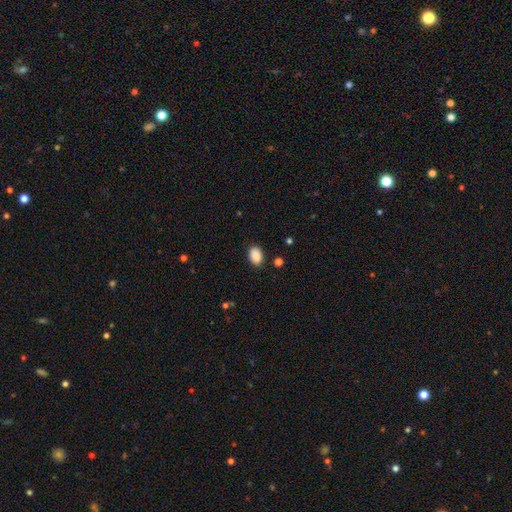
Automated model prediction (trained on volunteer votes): Q: Smooth or featured?
A: smooth (89%); runner-up: star or artifact (8%)
Q: How rounded?
A: in between (84%); runner-up: round (15%)
Q: Merging?
A: none (86%); runner-up: minor disturbance (10%)